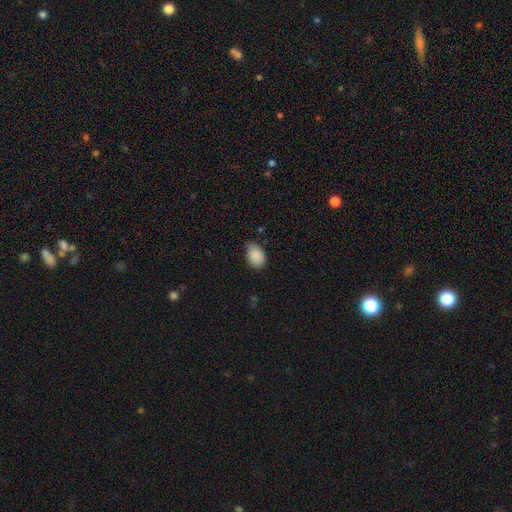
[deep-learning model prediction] Smooth or featured? smooth (88%)
How rounded? in between (79%)
Merging? none (54%)